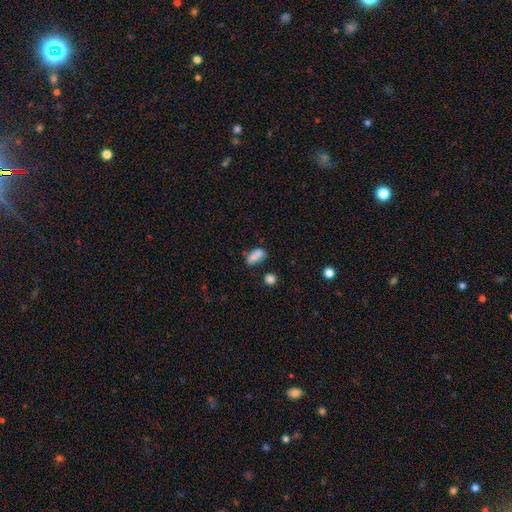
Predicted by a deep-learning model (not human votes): Smooth or featured? smooth (76%)
How rounded? in between (83%)
Merging? none (53%)